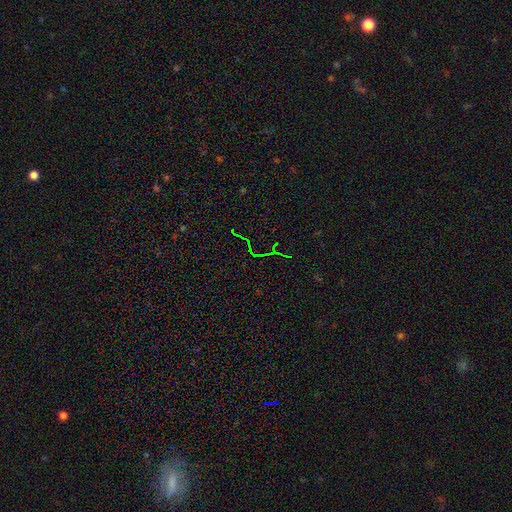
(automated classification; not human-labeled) This appears to be a star or artifact, not a galaxy (78%).